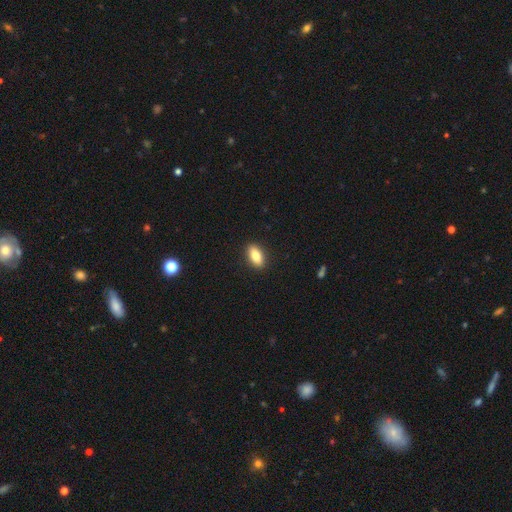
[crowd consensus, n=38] smooth-or-featured: smooth: 87% | featured or disk: 11% | star or artifact: 3%
  how-rounded: in between: 79% | cigar-shaped: 21% | round: 0%
  merging: none: 89% | minor disturbance: 8% | major disturbance: 3% | merger: 0%